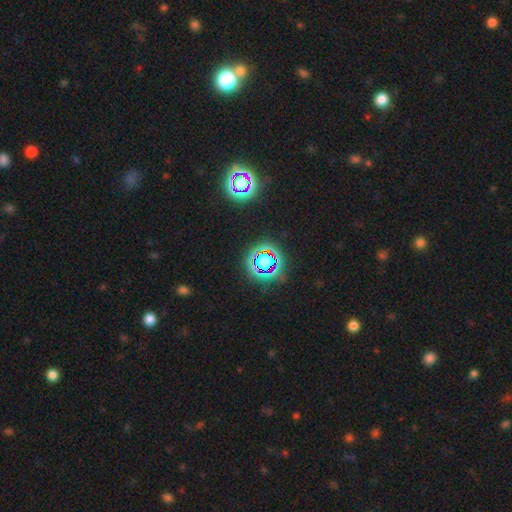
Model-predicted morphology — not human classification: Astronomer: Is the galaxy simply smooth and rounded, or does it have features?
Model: star or artifact — 78%.